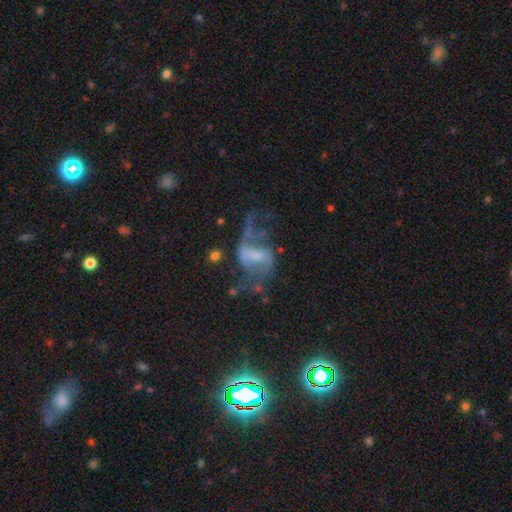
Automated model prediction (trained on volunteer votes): Morphology: type=featured or disk (72%); edge-on=no (96%); bar=weak (45%); spiral arms=yes (75%); winding=loose (70%); arm count=2 (79%); bulge=small (36%); merging=major disturbance (40%).